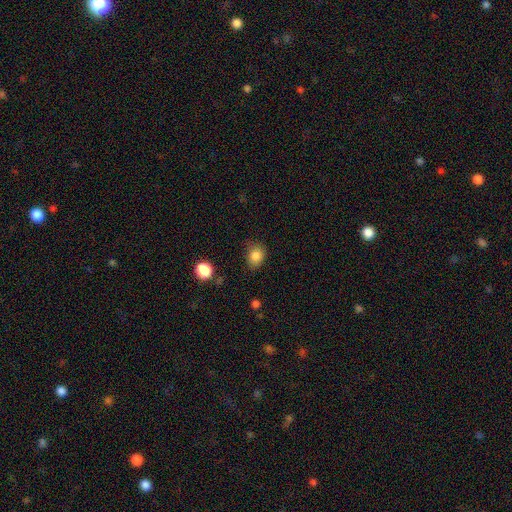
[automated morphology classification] Smooth or featured? Predicted: smooth (p=0.83). How rounded? Predicted: in between (p=0.50). Merging? Predicted: none (p=0.71).